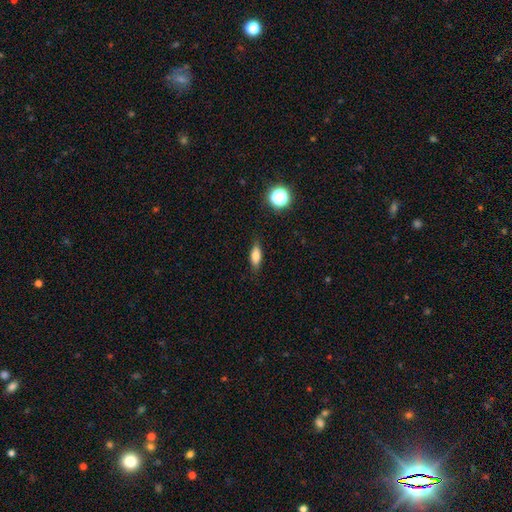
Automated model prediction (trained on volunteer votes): smooth_or_featured: smooth (p=0.77) [alt: featured or disk p=0.14]
how_rounded: in between (p=0.67) [alt: cigar-shaped p=0.28]
merging: none (p=0.83) [alt: minor disturbance p=0.13]